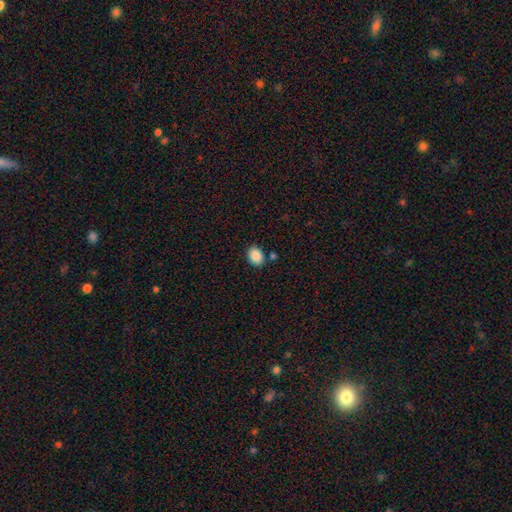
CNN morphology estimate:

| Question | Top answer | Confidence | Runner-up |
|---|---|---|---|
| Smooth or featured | smooth | 88% | star or artifact (8%) |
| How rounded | in between | 66% | round (33%) |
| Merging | none | 81% | minor disturbance (11%) |